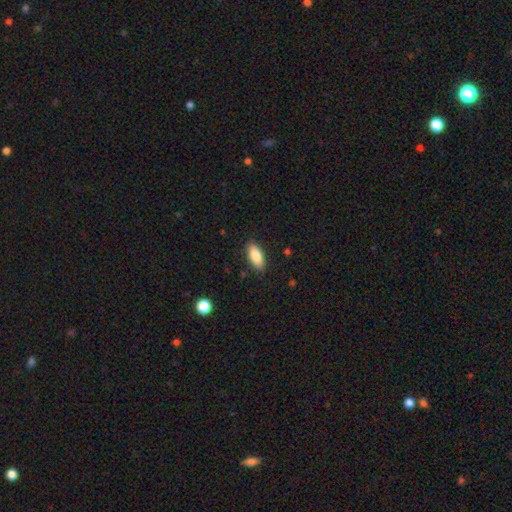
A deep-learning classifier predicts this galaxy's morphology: A smooth galaxy with no disk features (83%) that is in between round and cigar-shaped (85%). Merging: none (87%).